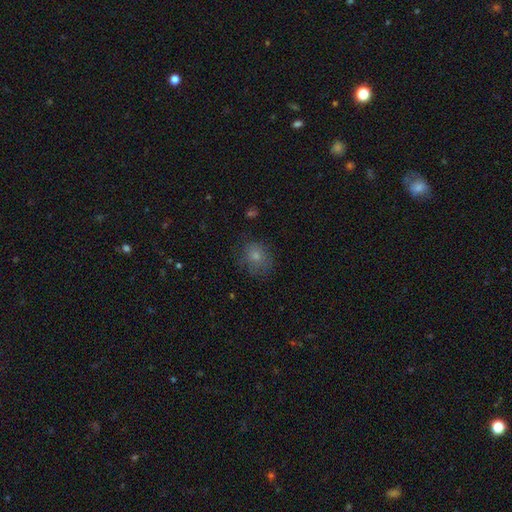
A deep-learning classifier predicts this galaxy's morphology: smooth-or-featured: smooth: 77% | featured or disk: 12% | star or artifact: 11%
  how-rounded: round: 68% | in between: 31% | cigar-shaped: 1%
  merging: none: 69% | minor disturbance: 21% | major disturbance: 9% | merger: 2%